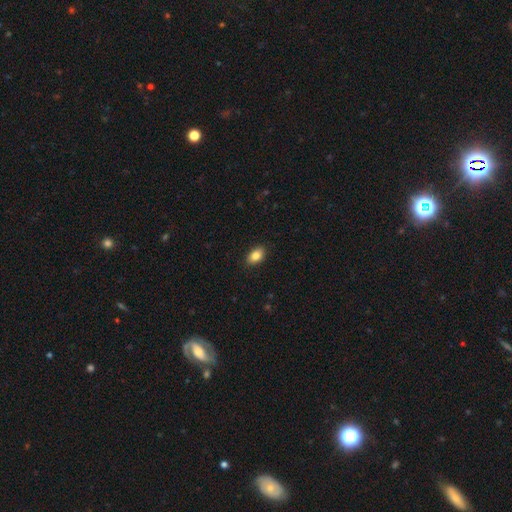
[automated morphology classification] Smooth or featured: smooth — 84% (star or artifact — 8%)
How rounded: in between — 87% (round — 11%)
Merging: none — 89% (minor disturbance — 9%)